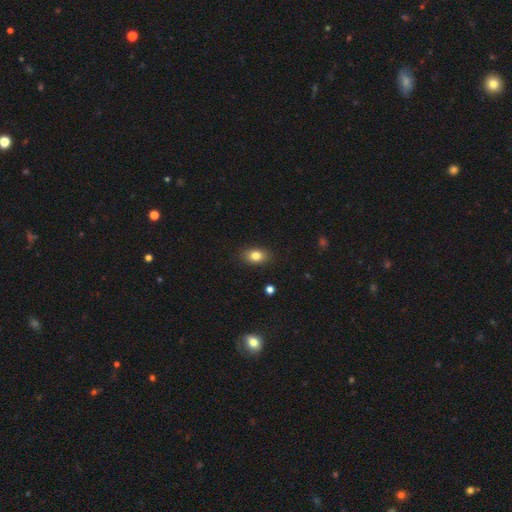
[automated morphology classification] The model was most divided on "how rounded": in between: 80%, round: 18%, cigar-shaped: 2%. More confident: merging — none (88%); smooth or featured — smooth (81%).